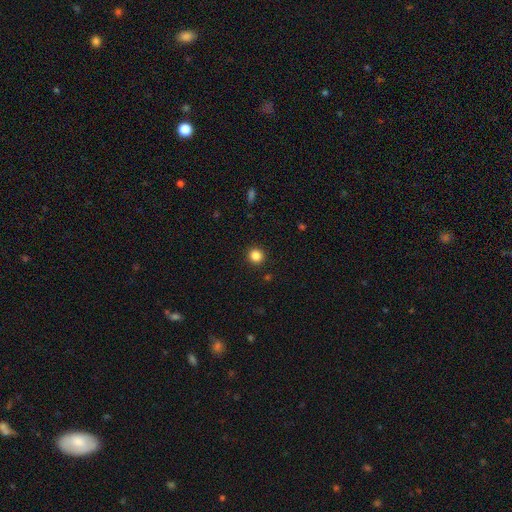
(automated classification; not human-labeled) Smooth or featured: smooth — 86% (star or artifact — 11%)
How rounded: round — 93% (in between — 6%)
Merging: none — 92% (minor disturbance — 5%)